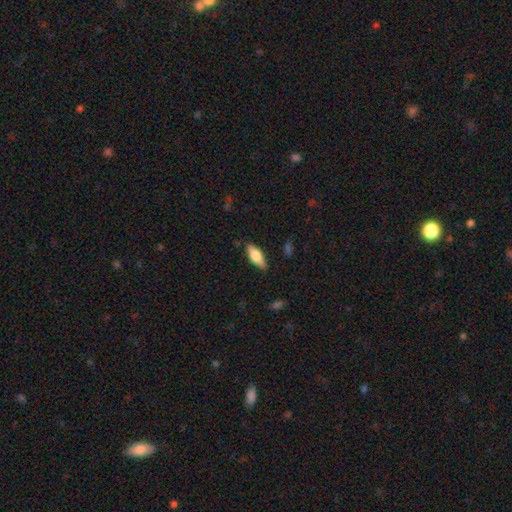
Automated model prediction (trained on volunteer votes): Smooth or featured: smooth — 69% (featured or disk — 25%)
How rounded: in between — 70% (cigar-shaped — 27%)
Merging: none — 82% (minor disturbance — 14%)